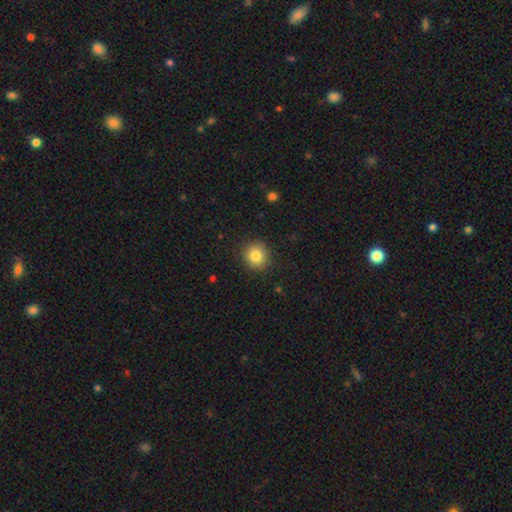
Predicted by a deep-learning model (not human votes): Q: Smooth or featured?
A: smooth (83%); runner-up: star or artifact (10%)
Q: How rounded?
A: round (89%); runner-up: in between (10%)
Q: Merging?
A: none (89%); runner-up: minor disturbance (7%)